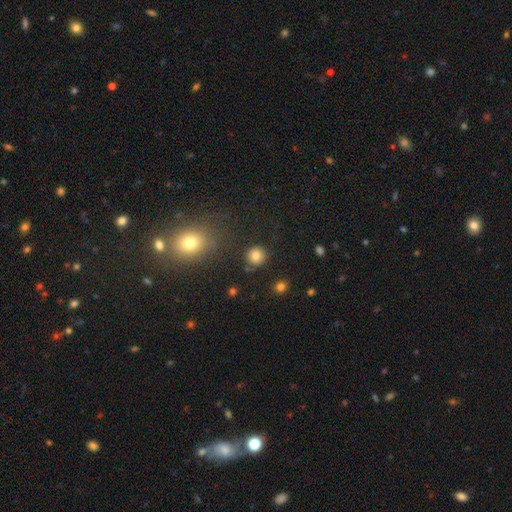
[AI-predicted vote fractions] smooth_or_featured: smooth (p=0.82) [alt: star or artifact p=0.12]
how_rounded: round (p=0.91) [alt: in between p=0.08]
merging: none (p=0.86) [alt: minor disturbance p=0.08]